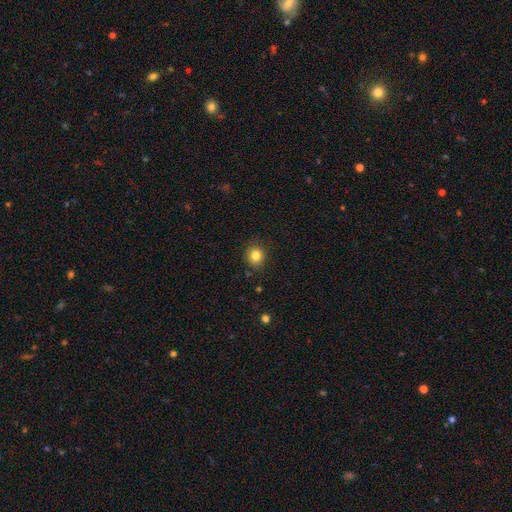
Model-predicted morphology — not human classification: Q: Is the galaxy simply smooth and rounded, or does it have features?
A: smooth — 83%.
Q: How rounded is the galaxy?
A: round — 80%.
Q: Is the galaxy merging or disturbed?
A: none — 87%.